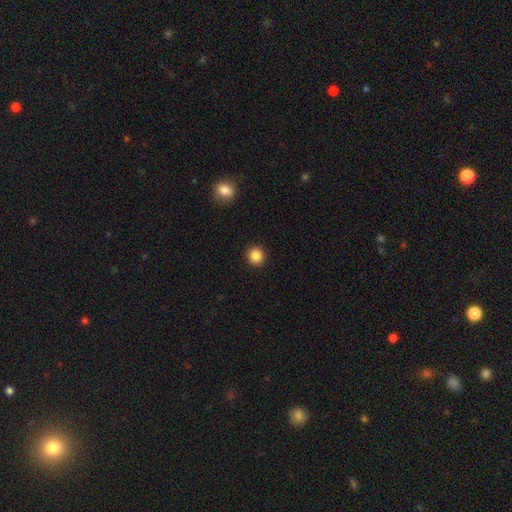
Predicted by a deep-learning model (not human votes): Smooth or featured?
  - smooth: 85% *
  - star or artifact: 11%
  - featured or disk: 4%
How rounded?
  - round: 94% *
  - in between: 5%
  - cigar-shaped: 1%
Merging?
  - none: 93% *
  - minor disturbance: 5%
  - major disturbance: 2%
  - merger: 1%